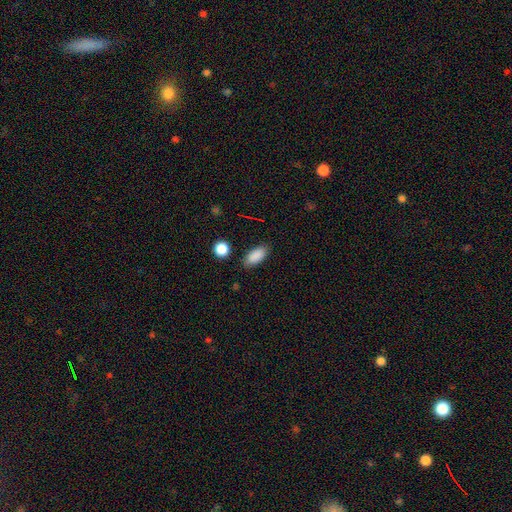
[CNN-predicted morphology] Smooth or featured? smooth (87%)
How rounded? in between (88%)
Merging? none (84%)